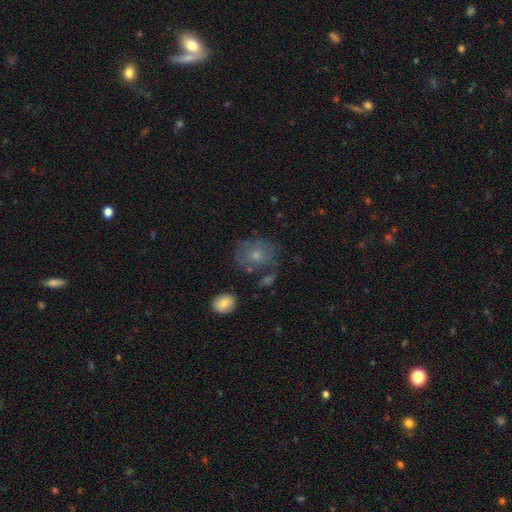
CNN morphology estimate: Q: Smooth or featured?
A: smooth (52%); runner-up: featured or disk (35%)
Q: How rounded?
A: round (66%); runner-up: in between (33%)
Q: Merging?
A: none (63%); runner-up: minor disturbance (21%)